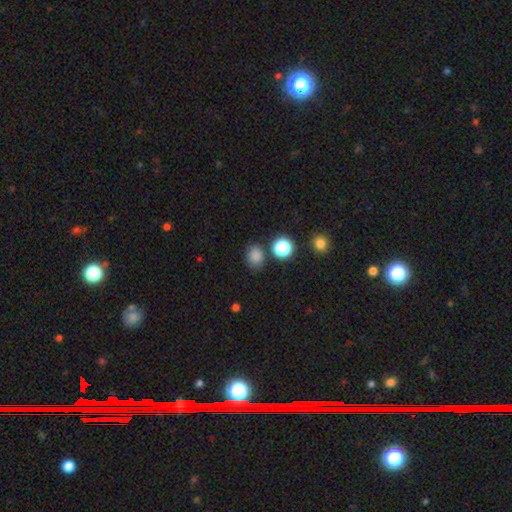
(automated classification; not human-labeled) smooth 79%, star or artifact 16%, featured or disk 5%. Down the decision tree: how rounded — round (58%); merging — none (76%).